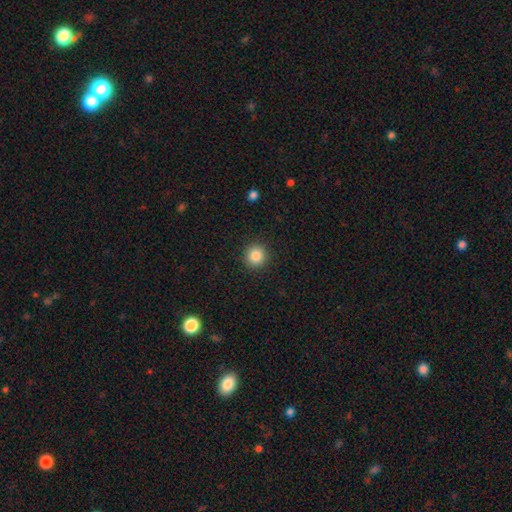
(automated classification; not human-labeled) A smooth galaxy with no disk features (85%) that is round (93%).

Vote fractions:
- Smooth or featured? smooth: 85% / star or artifact: 10% / featured or disk: 5%
- How rounded? round: 93% / in between: 6% / cigar-shaped: 1%
- Merging? none: 92% / minor disturbance: 5% / major disturbance: 2% / merger: 1%